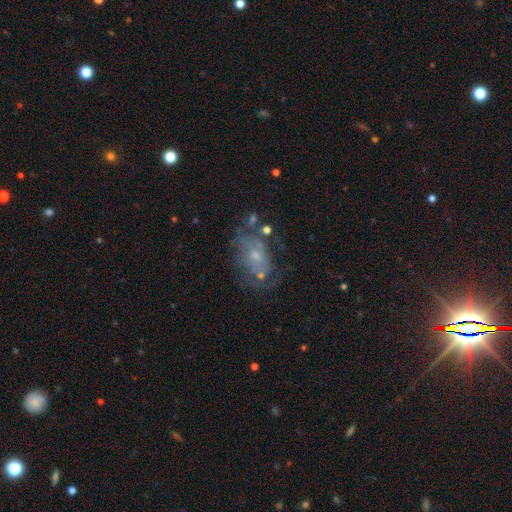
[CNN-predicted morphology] smooth-or-featured: featured or disk: 62% | smooth: 26% | star or artifact: 12%
  disk-edge-on: no: 95% | yes: 5%
    bar: no: 75% | weak: 21% | strong: 4%
    has-spiral-arms: yes: 58% | no: 42%
    bulge-size: small: 55% | moderate: 36% | none: 6% | large: 3% | dominant: 1%
  merging: none: 47% | minor disturbance: 23% | major disturbance: 21% | merger: 9%